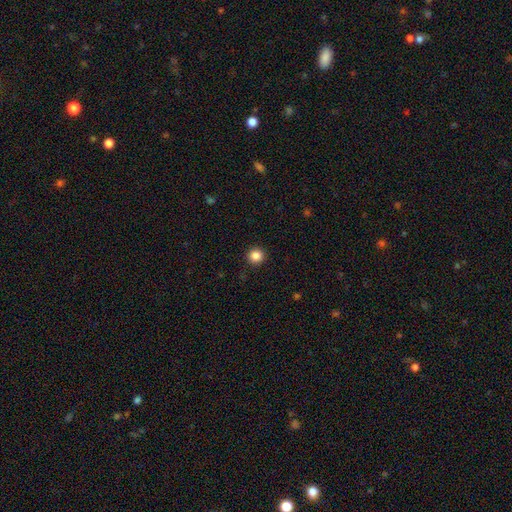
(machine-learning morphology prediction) Smooth or featured: smooth — 85% (star or artifact — 11%)
How rounded: round — 95% (in between — 4%)
Merging: none — 93% (minor disturbance — 5%)